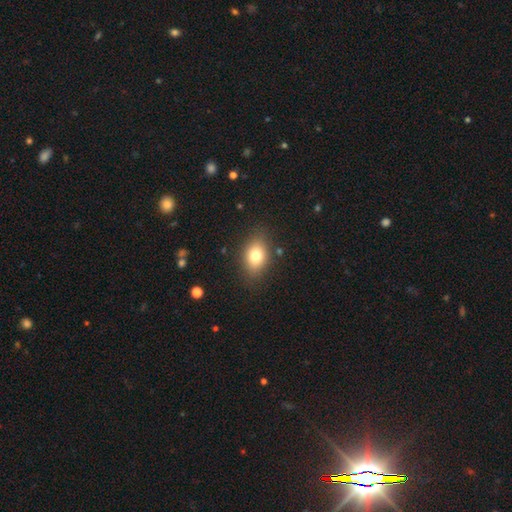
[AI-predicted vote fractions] smooth-or-featured: smooth: 77% | featured or disk: 13% | star or artifact: 10%
  how-rounded: in between: 75% | round: 23% | cigar-shaped: 2%
  merging: none: 83% | minor disturbance: 12% | major disturbance: 3% | merger: 2%